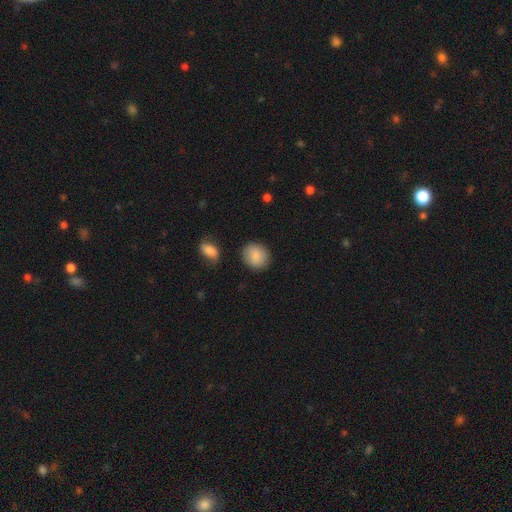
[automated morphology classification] This appears to be a smooth galaxy with no disk features (87%) that is round (75%). Merging: none (86%).